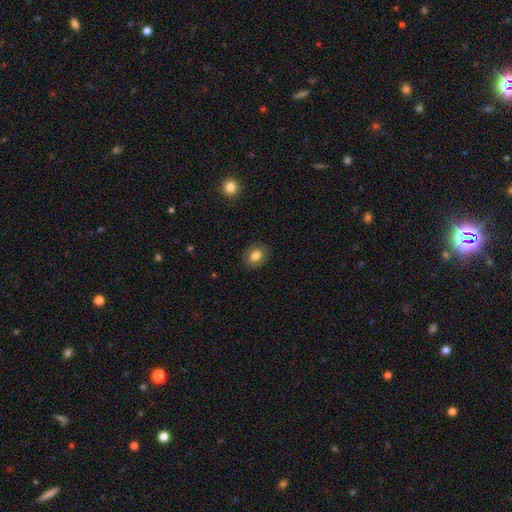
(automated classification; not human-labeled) smooth 81%, featured or disk 10%, star or artifact 8%. Down the decision tree: how rounded — in between (60%); merging — none (88%).